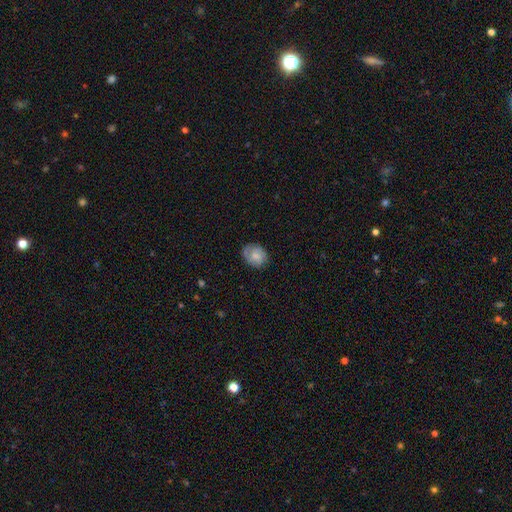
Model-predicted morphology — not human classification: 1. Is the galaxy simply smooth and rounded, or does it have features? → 56% smooth, 36% featured or disk, 8% star or artifact.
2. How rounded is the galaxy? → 58% round, 41% in between, 1% cigar-shaped.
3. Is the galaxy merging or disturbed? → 75% none, 19% minor disturbance, 6% major disturbance, 1% merger.